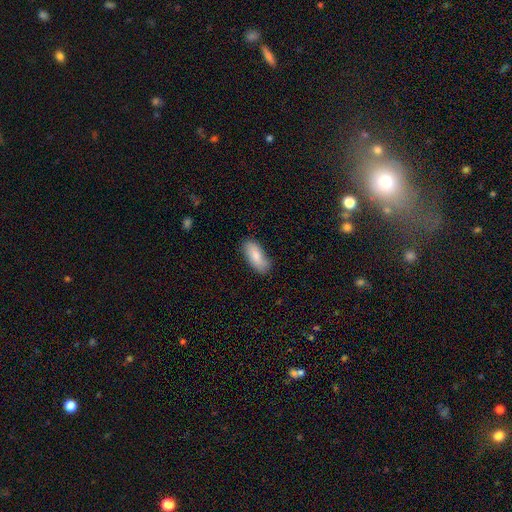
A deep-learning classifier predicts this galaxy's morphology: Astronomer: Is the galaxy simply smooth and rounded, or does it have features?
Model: smooth — 81%.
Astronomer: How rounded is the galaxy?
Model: in between — 85%.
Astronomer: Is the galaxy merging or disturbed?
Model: none — 80%.